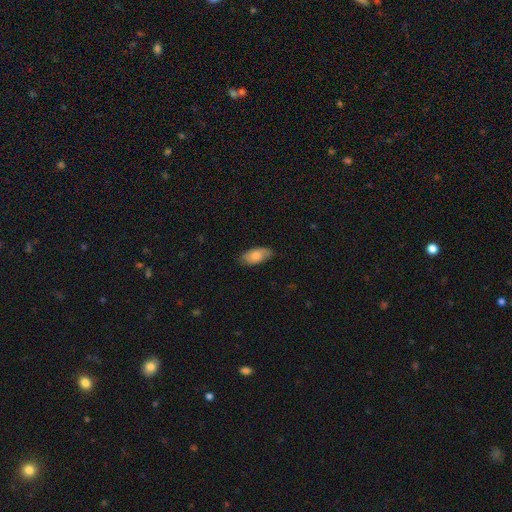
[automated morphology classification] This is likely a smooth galaxy (73%). How rounded: clearly in between (91%). Merging: likely none (77%).